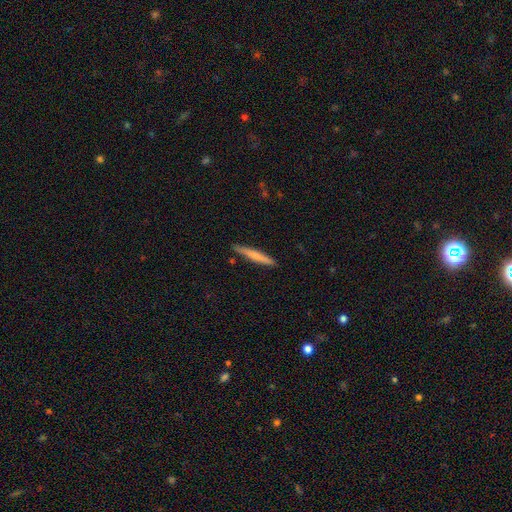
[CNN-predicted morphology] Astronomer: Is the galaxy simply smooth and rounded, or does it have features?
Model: smooth — 67%.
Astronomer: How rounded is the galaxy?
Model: cigar-shaped — 96%.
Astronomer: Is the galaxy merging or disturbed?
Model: none — 88%.